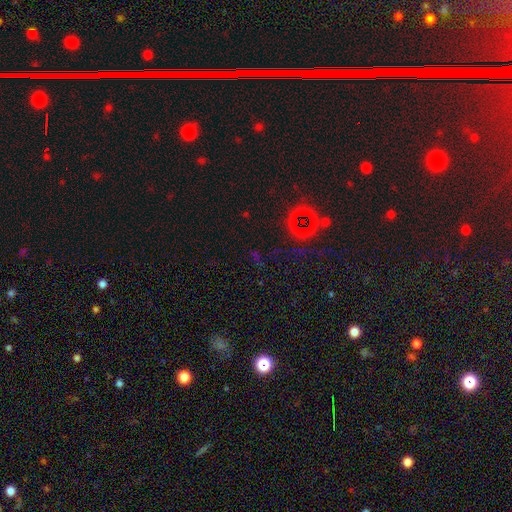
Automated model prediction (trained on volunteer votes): A star or artifact, not a galaxy (74%).

Vote fractions:
- Smooth or featured? star or artifact: 74% / smooth: 17% / featured or disk: 9%